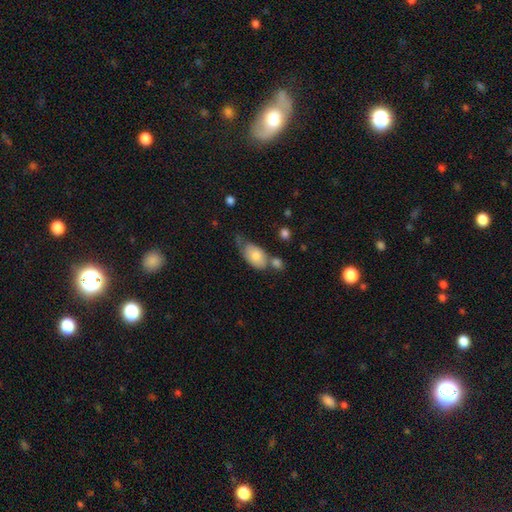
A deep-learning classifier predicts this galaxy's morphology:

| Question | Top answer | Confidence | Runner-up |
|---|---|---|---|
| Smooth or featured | smooth | 73% | featured or disk (20%) |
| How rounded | in between | 90% | round (7%) |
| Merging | none | 34% | minor disturbance (27%) |